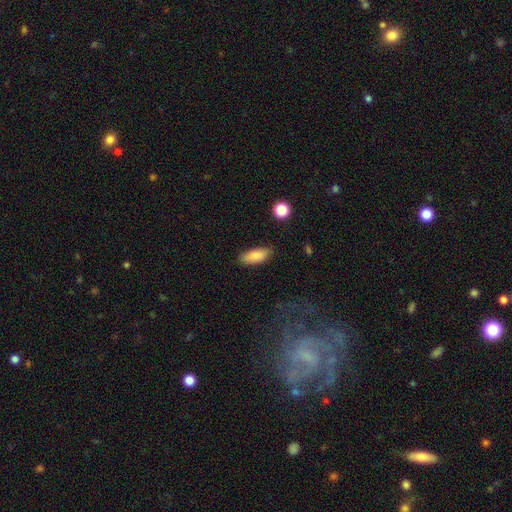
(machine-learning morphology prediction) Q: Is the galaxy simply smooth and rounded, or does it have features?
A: smooth — 86%.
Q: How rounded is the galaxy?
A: in between — 78%.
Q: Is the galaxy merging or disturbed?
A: none — 83%.